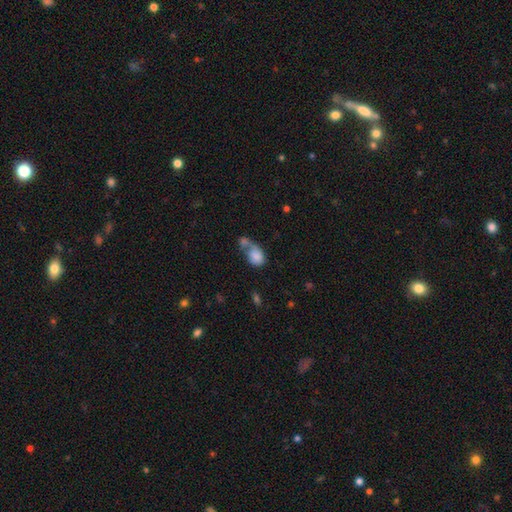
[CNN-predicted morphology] smooth-or-featured: smooth: 77% | featured or disk: 15% | star or artifact: 8%
  how-rounded: in between: 69% | round: 29% | cigar-shaped: 2%
  merging: merger: 56% | none: 18% | major disturbance: 15% | minor disturbance: 11%